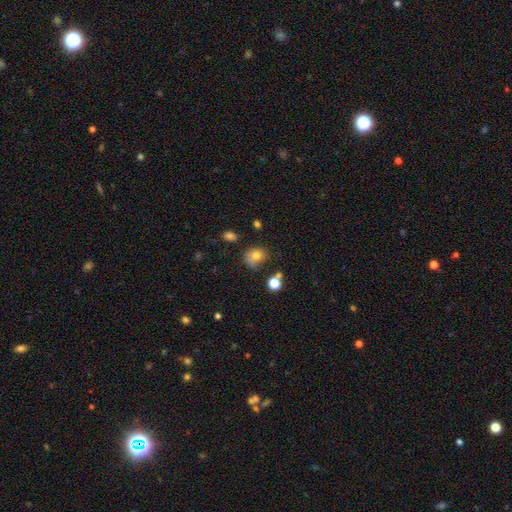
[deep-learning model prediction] A smooth galaxy with no disk features (76%) that is round (63%).

Vote fractions:
- Smooth or featured? smooth: 76% / star or artifact: 13% / featured or disk: 11%
- How rounded? round: 63% / in between: 36% / cigar-shaped: 1%
- Merging? none: 52% / minor disturbance: 27% / major disturbance: 12% / merger: 9%